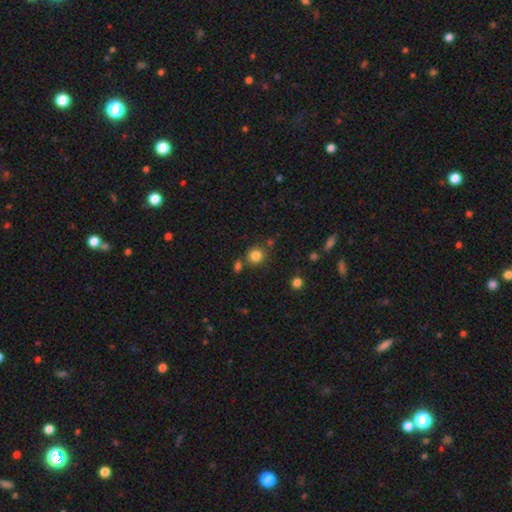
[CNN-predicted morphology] Q: Smooth or featured?
A: smooth (82%); runner-up: star or artifact (12%)
Q: How rounded?
A: round (87%); runner-up: in between (12%)
Q: Merging?
A: none (75%); runner-up: merger (11%)